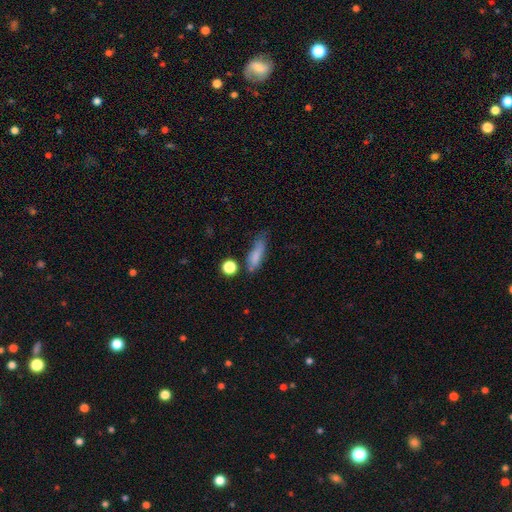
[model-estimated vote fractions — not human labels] This appears to be a smooth galaxy with no disk features (79%) that is cigar-shaped (49%). Merging: none (52%).